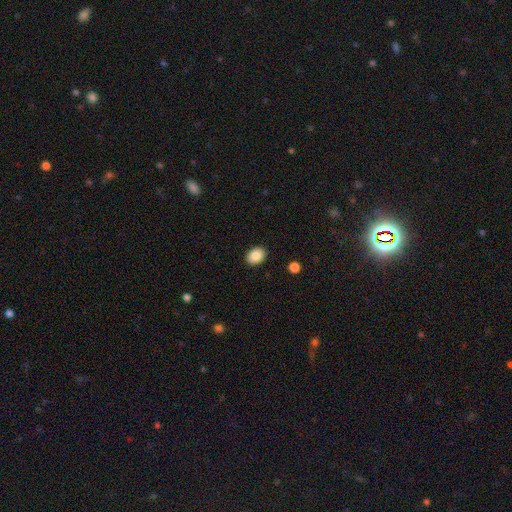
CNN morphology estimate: type=smooth (89%); roundness=in between (73%); merging=none (90%).